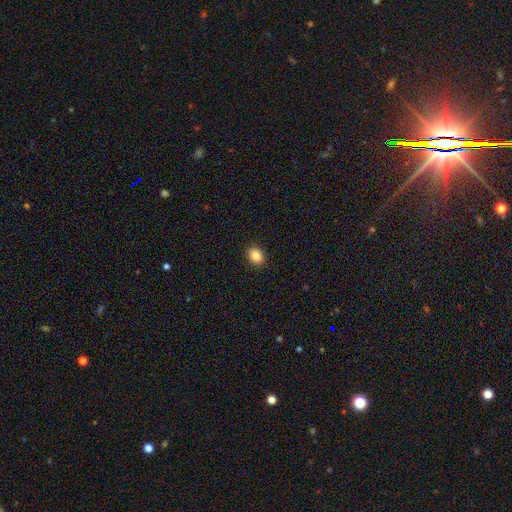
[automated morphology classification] A smooth galaxy with no disk features (87%) that is in between round and cigar-shaped (54%).

Vote fractions:
- Smooth or featured? smooth: 87% / star or artifact: 9% / featured or disk: 4%
- How rounded? in between: 54% / round: 45% / cigar-shaped: 1%
- Merging? none: 91% / minor disturbance: 6% / major disturbance: 2% / merger: 1%